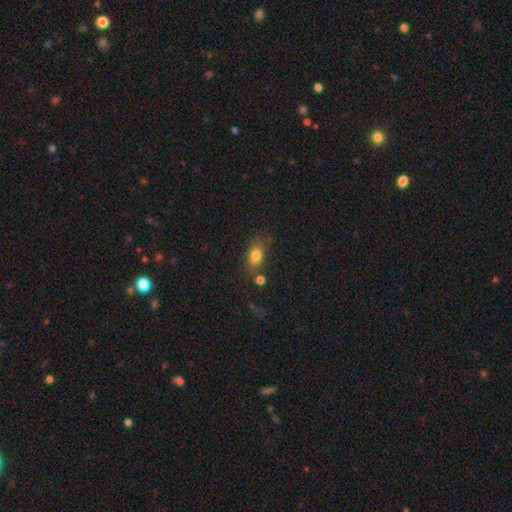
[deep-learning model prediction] A smooth galaxy with no disk features (81%) that is in between round and cigar-shaped (78%).

Vote fractions:
- Smooth or featured? smooth: 81% / star or artifact: 10% / featured or disk: 9%
- How rounded? in between: 78% / round: 17% / cigar-shaped: 4%
- Merging? none: 64% / minor disturbance: 19% / merger: 9% / major disturbance: 7%